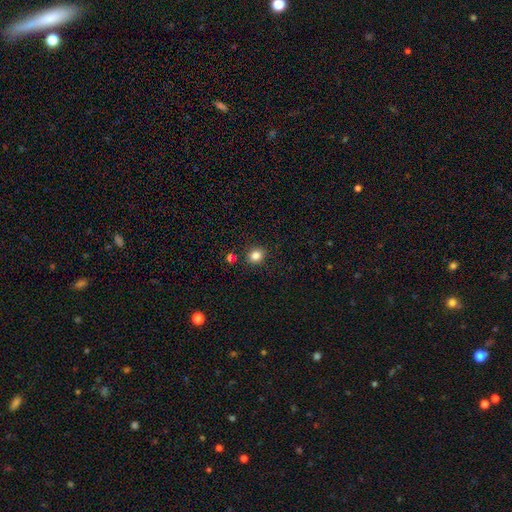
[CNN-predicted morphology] Q: Smooth or featured?
A: smooth (82%); runner-up: star or artifact (13%)
Q: How rounded?
A: round (77%); runner-up: in between (22%)
Q: Merging?
A: none (87%); runner-up: minor disturbance (8%)